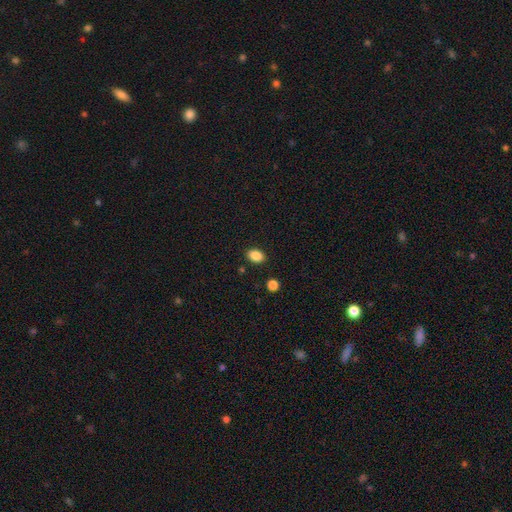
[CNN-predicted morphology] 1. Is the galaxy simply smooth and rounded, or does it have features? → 87% smooth, 9% star or artifact, 4% featured or disk.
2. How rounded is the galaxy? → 77% in between, 22% round, 1% cigar-shaped.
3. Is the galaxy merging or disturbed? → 87% none, 8% minor disturbance, 2% merger, 2% major disturbance.